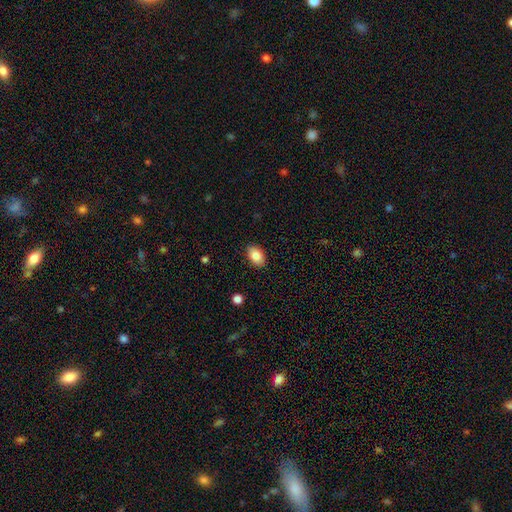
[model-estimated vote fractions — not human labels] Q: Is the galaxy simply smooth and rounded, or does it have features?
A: smooth — 86%.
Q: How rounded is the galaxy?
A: in between — 86%.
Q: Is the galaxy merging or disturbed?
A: none — 88%.